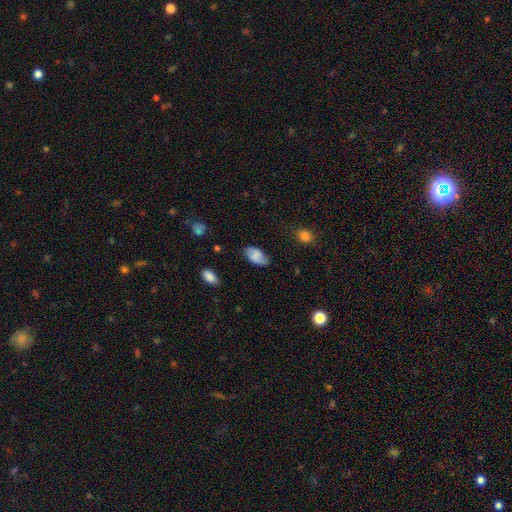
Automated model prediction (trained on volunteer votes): A smooth galaxy with no disk features (70%) that is in between round and cigar-shaped (94%).

Vote fractions:
- Smooth or featured? smooth: 70% / featured or disk: 22% / star or artifact: 8%
- How rounded? in between: 94% / round: 4% / cigar-shaped: 2%
- Merging? none: 69% / minor disturbance: 24% / major disturbance: 5% / merger: 2%